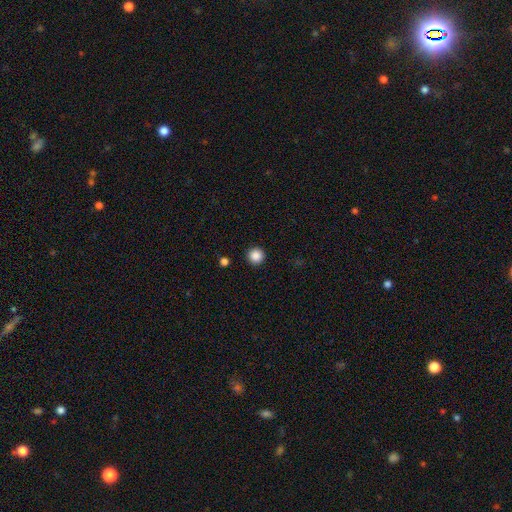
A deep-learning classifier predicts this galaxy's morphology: The model was most divided on "smooth or featured": smooth: 87%, star or artifact: 10%, featured or disk: 3%. More confident: how rounded — round (96%); merging — none (93%).